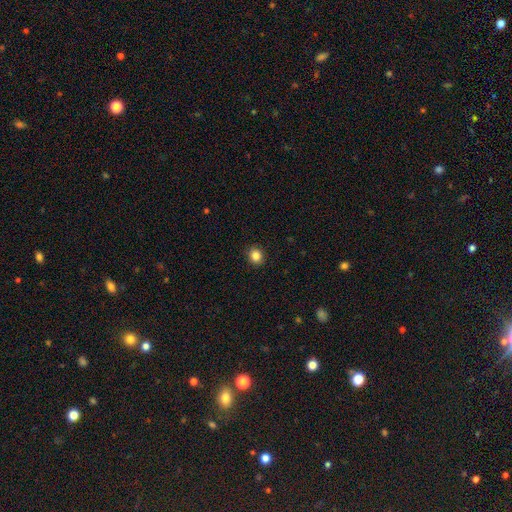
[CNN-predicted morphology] Smooth or featured: smooth — 85% (star or artifact — 11%)
How rounded: round — 84% (in between — 15%)
Merging: none — 92% (minor disturbance — 6%)